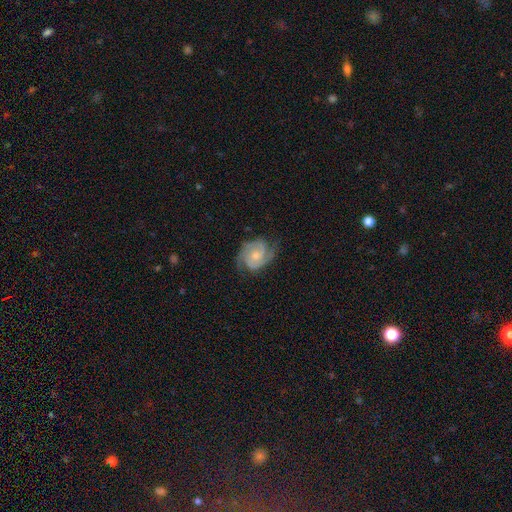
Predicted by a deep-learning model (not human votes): Q: Smooth or featured?
A: featured or disk (83%); runner-up: smooth (11%)
Q: Edge-on disk?
A: no (98%); runner-up: yes (2%)
Q: Bar?
A: no (67%); runner-up: weak (28%)
Q: Spiral arms?
A: yes (97%); runner-up: no (3%)
Q: Spiral winding?
A: tight (44%); tied with: medium (44%)
Q: Spiral arm count?
A: 2 (78%); runner-up: 3 (10%)
Q: Bulge size?
A: moderate (49%); runner-up: small (44%)
Q: Merging?
A: none (72%); runner-up: minor disturbance (20%)